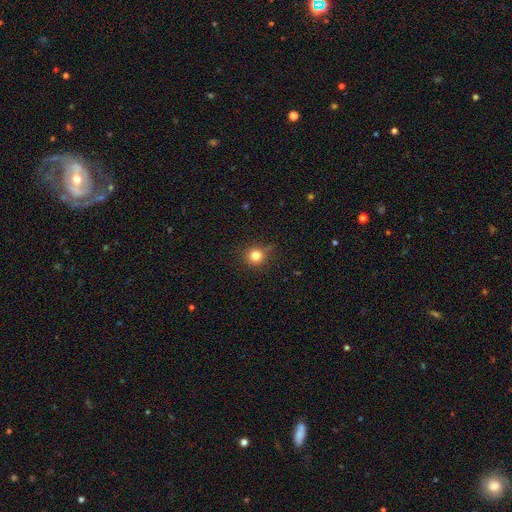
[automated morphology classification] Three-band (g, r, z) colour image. It shows a smooth galaxy with no disk features (80%) that is round (91%). Merging: none (77%).